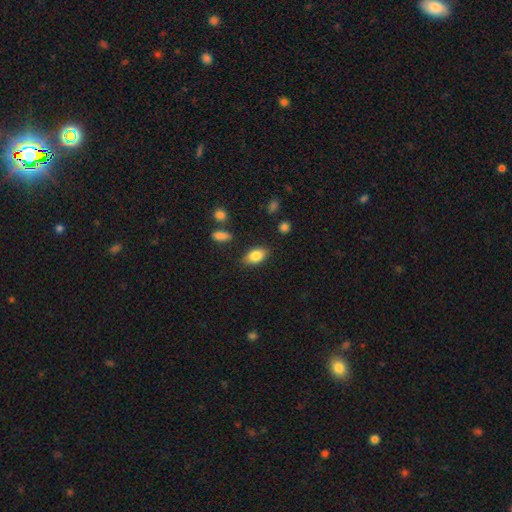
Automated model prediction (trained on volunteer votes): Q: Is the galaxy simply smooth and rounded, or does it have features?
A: smooth — 82%.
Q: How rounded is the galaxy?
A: in between — 89%.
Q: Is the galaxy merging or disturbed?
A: none — 84%.